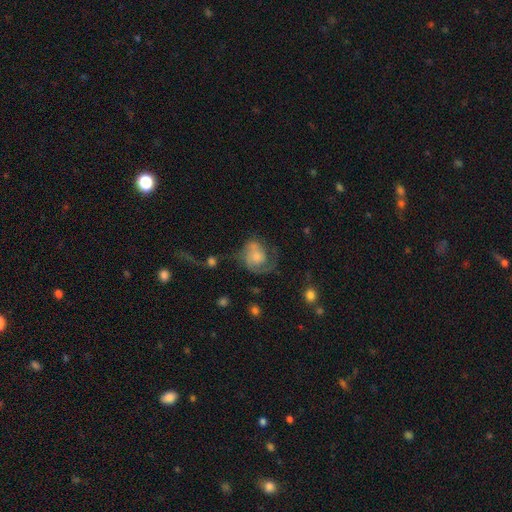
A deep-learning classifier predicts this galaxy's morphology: type=featured or disk (65%); edge-on=no (98%); bar=no (73%); spiral arms=yes (90%); winding=medium (42%); arm count=2 (51%); bulge=moderate (35%); merging=none (41%).